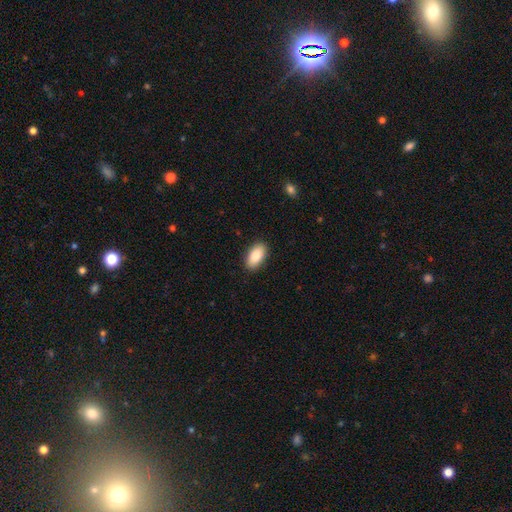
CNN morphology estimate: This is clearly a smooth galaxy (86%). How rounded: clearly in between (93%). Merging: clearly none (90%).